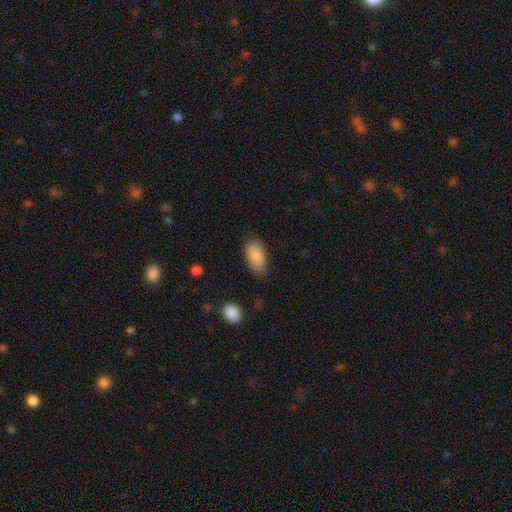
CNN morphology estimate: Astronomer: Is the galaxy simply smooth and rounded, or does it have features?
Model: smooth — 88%.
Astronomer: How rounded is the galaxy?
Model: in between — 93%.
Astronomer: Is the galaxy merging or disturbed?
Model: none — 77%.